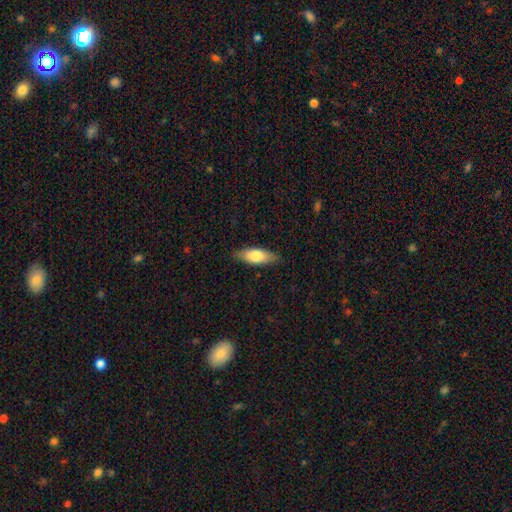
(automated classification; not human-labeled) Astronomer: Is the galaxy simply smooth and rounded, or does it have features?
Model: smooth — 74%.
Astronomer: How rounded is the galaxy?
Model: in between — 68%.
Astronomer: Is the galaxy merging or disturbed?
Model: none — 83%.